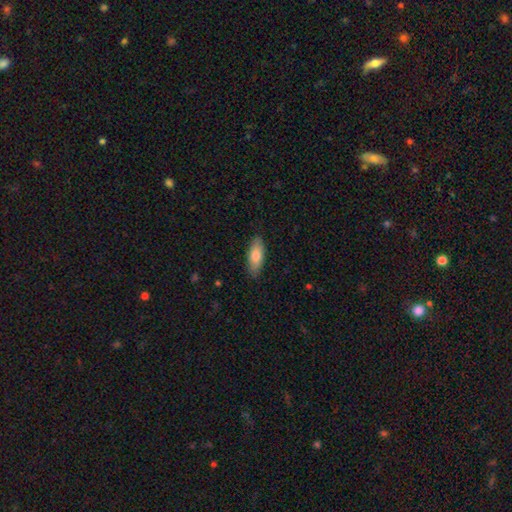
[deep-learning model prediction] Smooth or featured?
  - smooth: 77% *
  - featured or disk: 18%
  - star or artifact: 6%
How rounded?
  - in between: 75% *
  - cigar-shaped: 23%
  - round: 2%
Merging?
  - none: 87% *
  - minor disturbance: 10%
  - major disturbance: 2%
  - merger: 1%